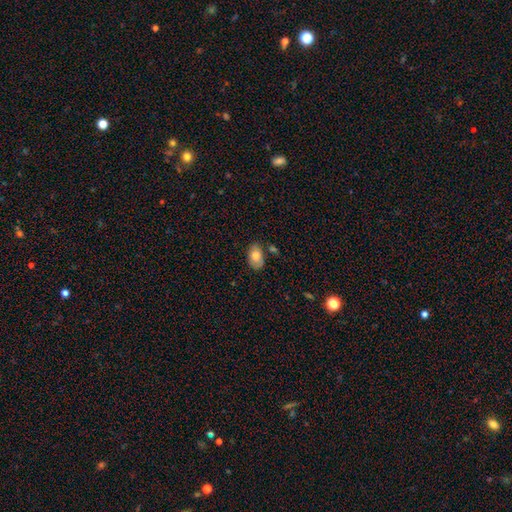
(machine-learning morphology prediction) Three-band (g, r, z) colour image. It shows a smooth galaxy with no disk features (79%) that is in between round and cigar-shaped (90%). Merging: none (69%).